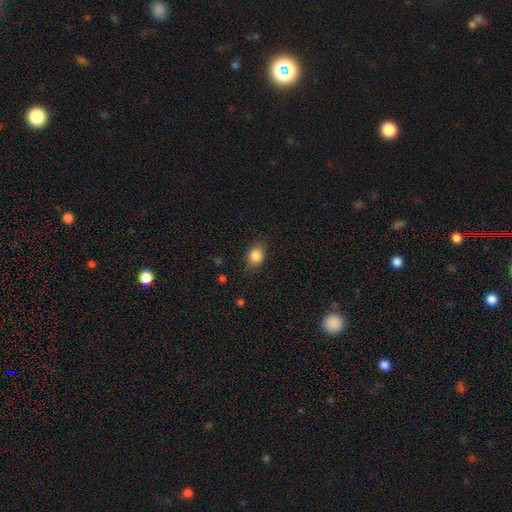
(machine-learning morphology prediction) smooth_or_featured: smooth (p=0.84) [alt: star or artifact p=0.09]
how_rounded: in between (p=0.62) [alt: round p=0.37]
merging: none (p=0.80) [alt: minor disturbance p=0.16]